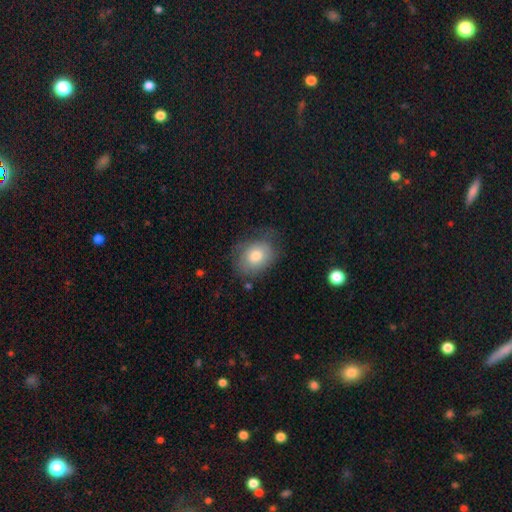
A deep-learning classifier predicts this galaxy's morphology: Smooth or featured: smooth — 74% (featured or disk — 18%)
How rounded: in between — 60% (round — 39%)
Merging: none — 62% (minor disturbance — 26%)